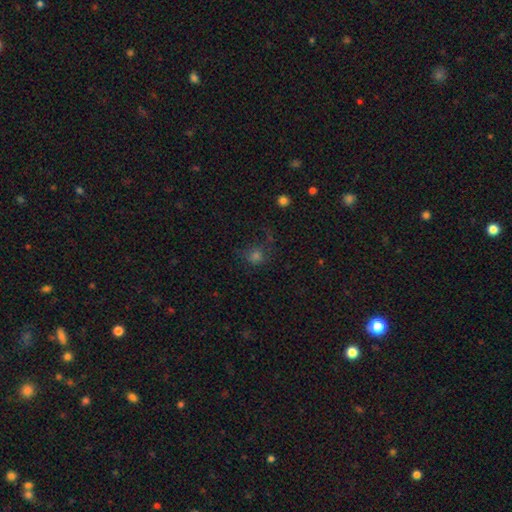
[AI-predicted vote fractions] Q: Smooth or featured?
A: smooth (57%); runner-up: star or artifact (28%)
Q: How rounded?
A: round (83%); runner-up: in between (16%)
Q: Merging?
A: none (56%); runner-up: major disturbance (22%)